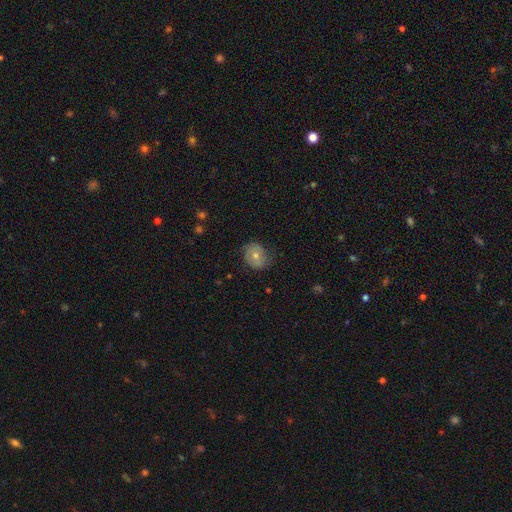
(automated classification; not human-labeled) Smooth or featured? Predicted: smooth (p=0.55). How rounded? Predicted: round (p=0.64). Merging? Predicted: none (p=0.70).